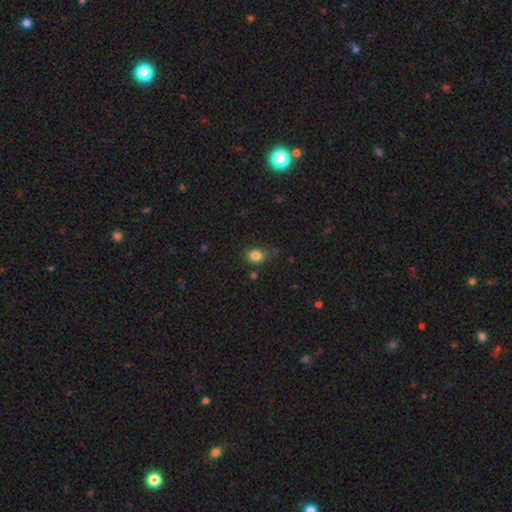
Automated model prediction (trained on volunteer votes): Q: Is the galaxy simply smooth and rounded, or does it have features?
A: smooth — 83%.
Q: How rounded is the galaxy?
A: round — 58%.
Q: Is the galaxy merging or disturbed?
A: none — 81%.